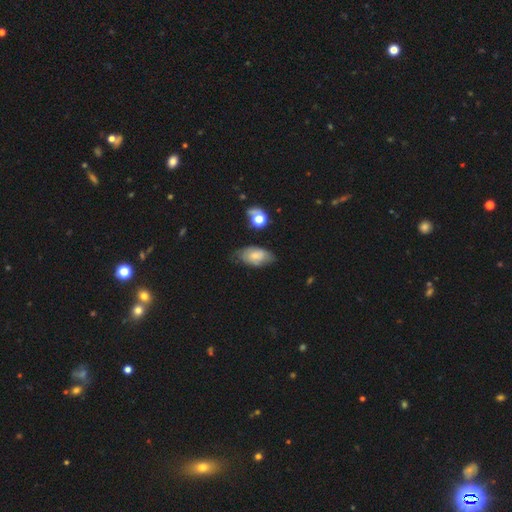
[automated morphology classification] type=smooth (58%); roundness=in between (91%); merging=none (60%).